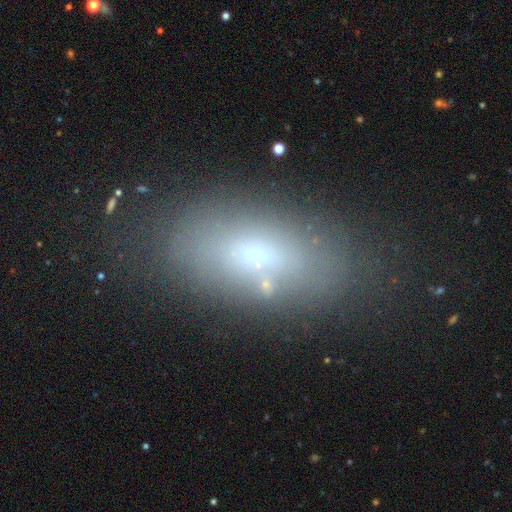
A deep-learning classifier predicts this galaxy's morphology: Smooth or featured? smooth (63%)
How rounded? in between (87%)
Merging? none (70%)